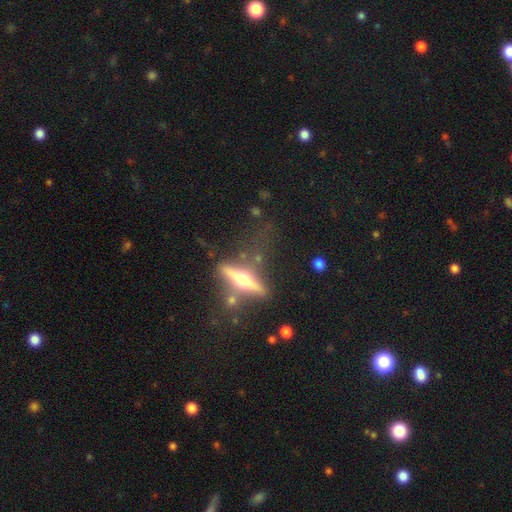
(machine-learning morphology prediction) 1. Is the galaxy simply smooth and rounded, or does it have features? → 74% featured or disk, 19% smooth, 7% star or artifact.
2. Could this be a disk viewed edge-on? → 94% yes, 6% no.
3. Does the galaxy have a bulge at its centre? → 95% rounded, 2% none, 2% boxy.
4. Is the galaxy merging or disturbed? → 68% none, 16% minor disturbance, 9% major disturbance, 7% merger.